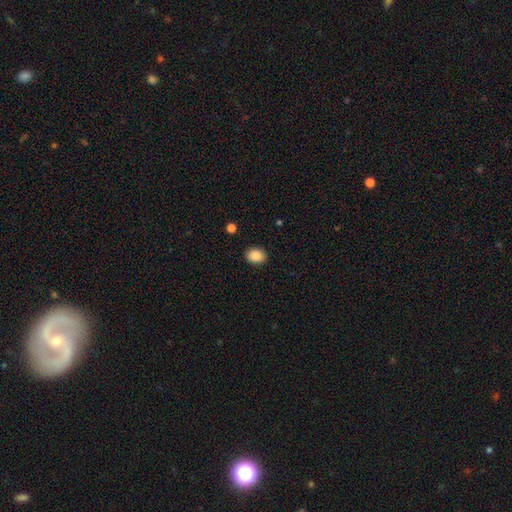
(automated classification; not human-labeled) Overall: smooth (88%). How rounded: in between (59%; round 41%). Merging: none (90%).